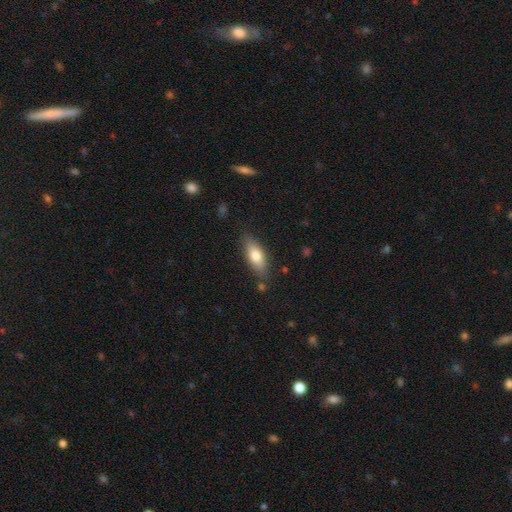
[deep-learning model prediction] The model was most divided on "how rounded": in between: 71%, cigar-shaped: 26%, round: 3%. More confident: merging — none (81%); smooth or featured — smooth (72%).